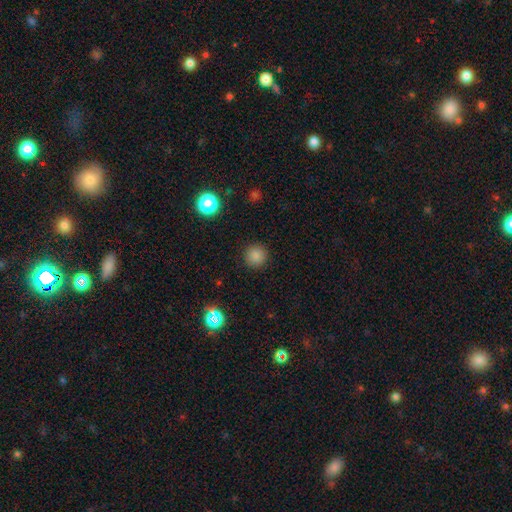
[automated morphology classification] Smooth or featured? smooth (83%)
How rounded? round (95%)
Merging? none (91%)